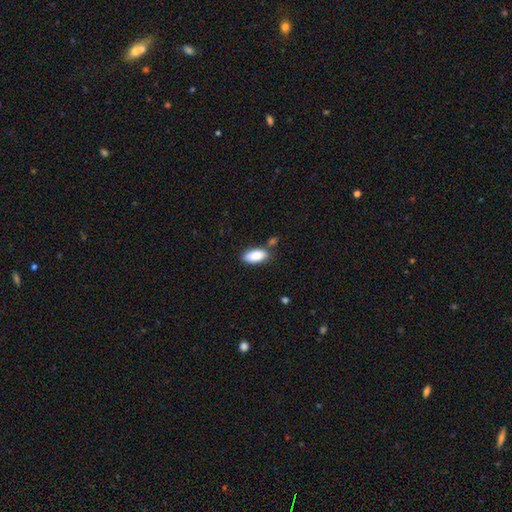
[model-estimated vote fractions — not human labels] Smooth or featured?
  - smooth: 89% *
  - star or artifact: 6%
  - featured or disk: 5%
How rounded?
  - in between: 90% *
  - cigar-shaped: 8%
  - round: 2%
Merging?
  - none: 74% *
  - minor disturbance: 14%
  - merger: 9%
  - major disturbance: 3%